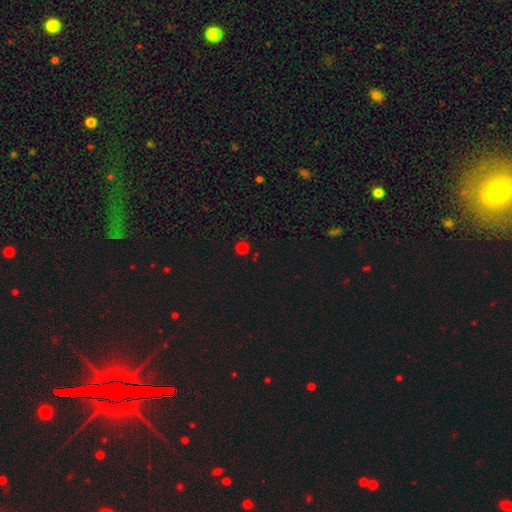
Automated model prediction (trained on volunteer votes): Smooth or featured: smooth — 74% (star or artifact — 22%)
How rounded: round — 94% (in between — 4%)
Merging: none — 90% (minor disturbance — 5%)